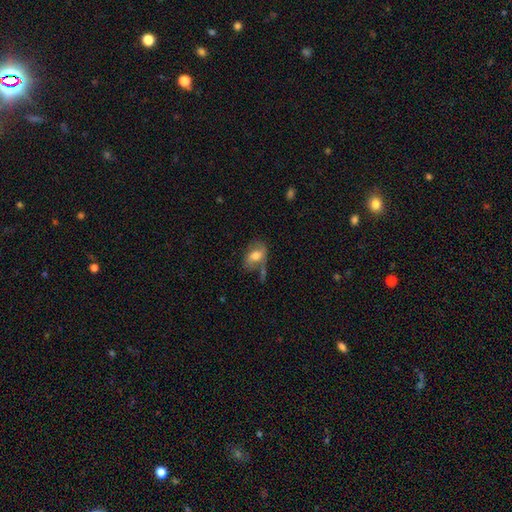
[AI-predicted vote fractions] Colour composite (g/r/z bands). It shows a smooth galaxy with no disk features (56%) that is in between round and cigar-shaped (85%). Merging: none (43%).